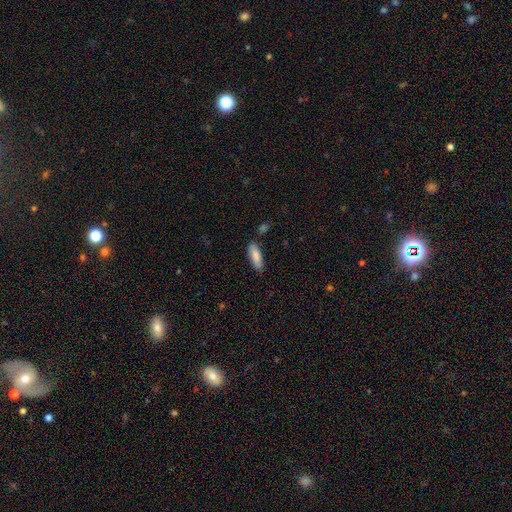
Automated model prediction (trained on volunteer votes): Smooth or featured: smooth — 85% (featured or disk — 9%)
How rounded: in between — 58% (cigar-shaped — 40%)
Merging: none — 79% (minor disturbance — 14%)